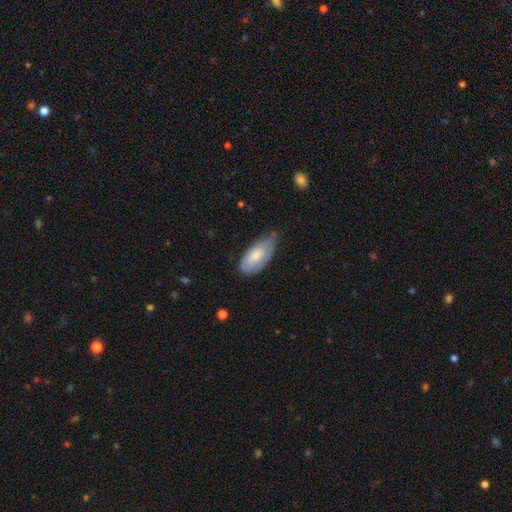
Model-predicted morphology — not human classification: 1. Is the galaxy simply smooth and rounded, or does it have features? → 70% smooth, 24% featured or disk, 6% star or artifact.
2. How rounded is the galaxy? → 90% in between, 8% cigar-shaped, 2% round.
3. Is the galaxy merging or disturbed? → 46% minor disturbance, 40% none, 12% major disturbance, 2% merger.